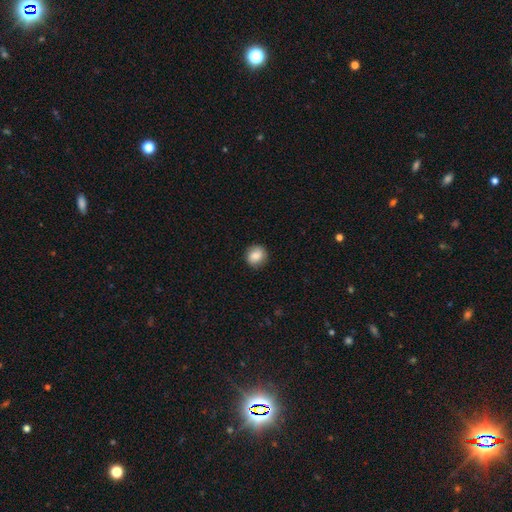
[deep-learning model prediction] Smooth or featured: smooth — 81% (featured or disk — 10%)
How rounded: round — 86% (in between — 13%)
Merging: none — 87% (minor disturbance — 10%)